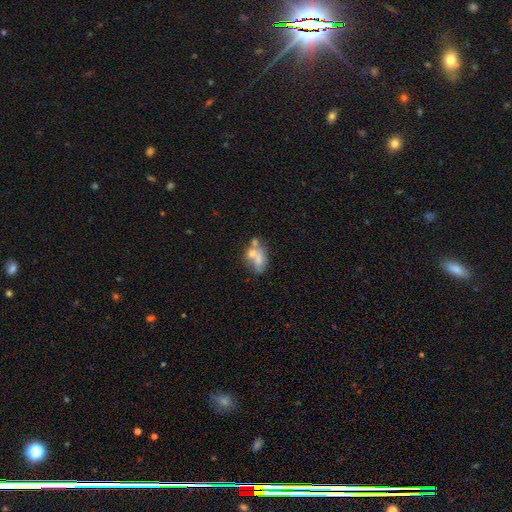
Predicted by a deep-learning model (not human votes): A smooth galaxy with no disk features (48%). Merging: merger (42%).